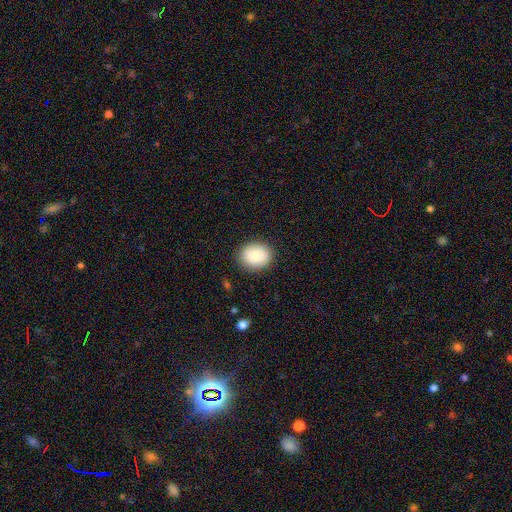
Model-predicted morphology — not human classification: This is clearly a smooth galaxy (87%). How rounded: possibly round (58%). Merging: clearly none (88%).